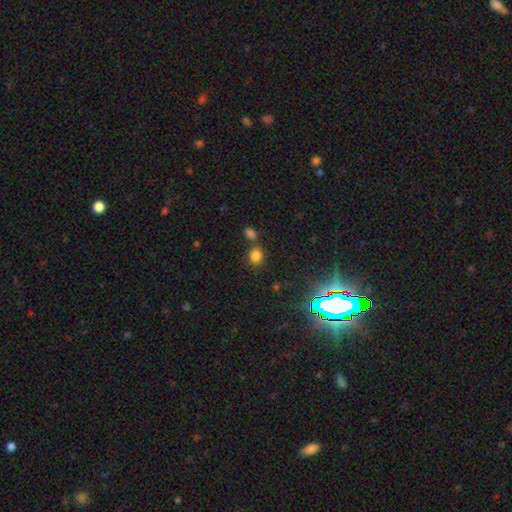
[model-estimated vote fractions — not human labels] smooth-or-featured: smooth: 78% | star or artifact: 16% | featured or disk: 6%
  how-rounded: round: 64% | in between: 35% | cigar-shaped: 1%
  merging: none: 64% | merger: 22% | minor disturbance: 10% | major disturbance: 4%